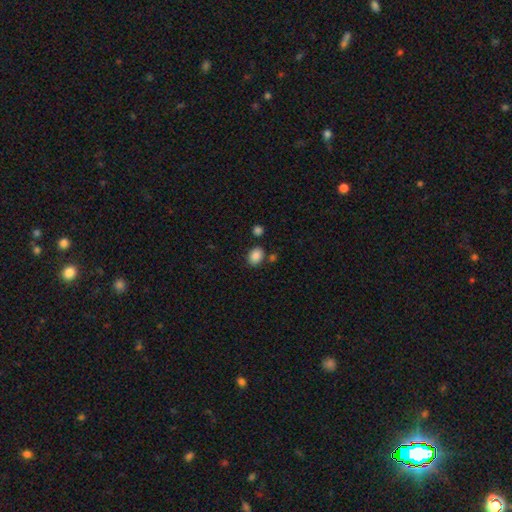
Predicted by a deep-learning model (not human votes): A smooth galaxy with no disk features (86%) that is in between round and cigar-shaped (69%).

Vote fractions:
- Smooth or featured? smooth: 86% / star or artifact: 9% / featured or disk: 5%
- How rounded? in between: 69% / round: 30% / cigar-shaped: 1%
- Merging? none: 78% / minor disturbance: 11% / merger: 7% / major disturbance: 3%